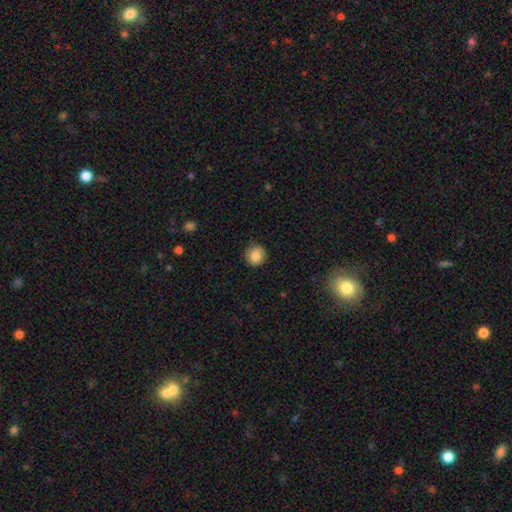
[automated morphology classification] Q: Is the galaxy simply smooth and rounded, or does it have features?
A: smooth — 85%.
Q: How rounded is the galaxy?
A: round — 89%.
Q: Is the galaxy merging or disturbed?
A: none — 80%.